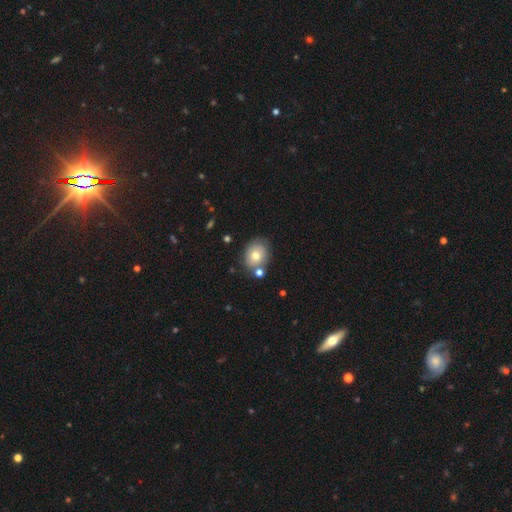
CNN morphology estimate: Smooth or featured?
  - smooth: 70% *
  - featured or disk: 20%
  - star or artifact: 10%
How rounded?
  - round: 55% *
  - in between: 44%
  - cigar-shaped: 1%
Merging?
  - none: 69% *
  - minor disturbance: 15%
  - merger: 12%
  - major disturbance: 4%